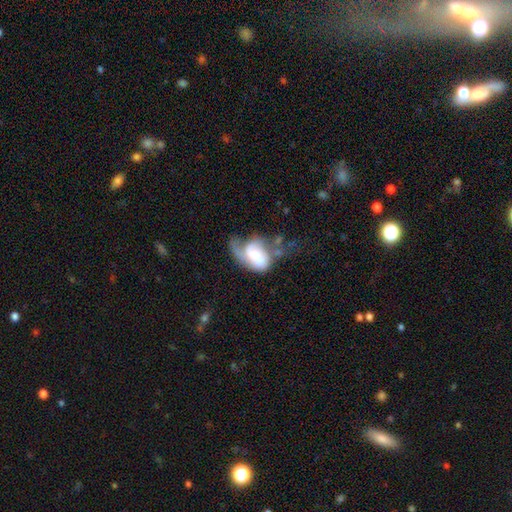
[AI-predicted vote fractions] Q: Smooth or featured?
A: featured or disk (58%); runner-up: smooth (34%)
Q: Edge-on disk?
A: no (97%); runner-up: yes (3%)
Q: Bar?
A: no (59%); runner-up: weak (29%)
Q: Spiral arms?
A: yes (75%); runner-up: no (25%)
Q: Bulge size?
A: large (28%); runner-up: none (22%)
Q: Merging?
A: major disturbance (46%); runner-up: minor disturbance (21%)